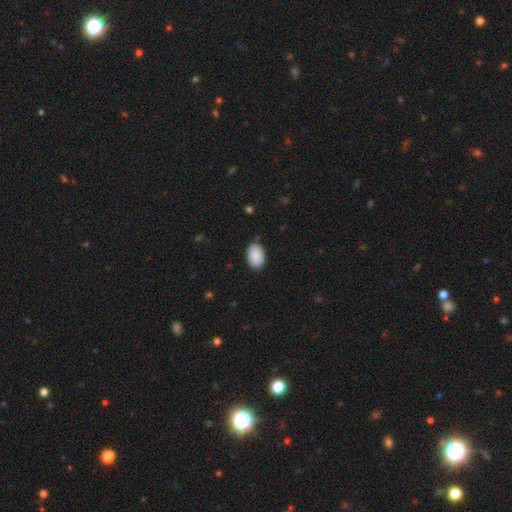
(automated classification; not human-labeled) A smooth galaxy with no disk features (91%) that is in between round and cigar-shaped (90%). Merging: none (86%).